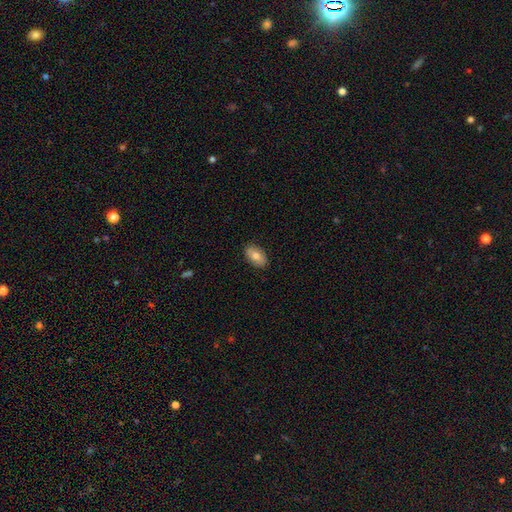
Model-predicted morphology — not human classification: The model was most divided on "smooth or featured": smooth: 77%, featured or disk: 17%, star or artifact: 7%. More confident: how rounded — in between (93%); merging — none (88%).